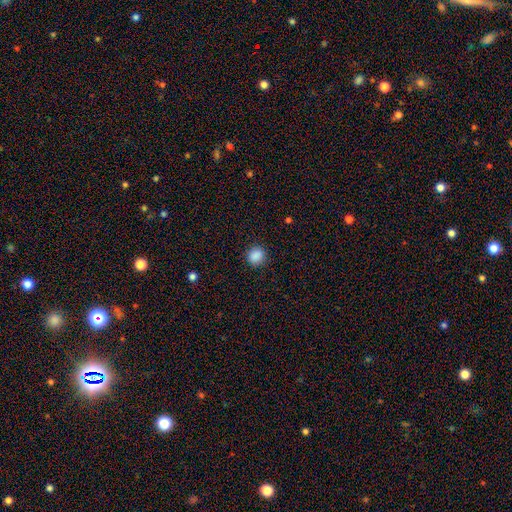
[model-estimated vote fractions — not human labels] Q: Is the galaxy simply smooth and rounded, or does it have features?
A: smooth — 88%.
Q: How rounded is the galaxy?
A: round — 86%.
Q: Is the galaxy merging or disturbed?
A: none — 89%.